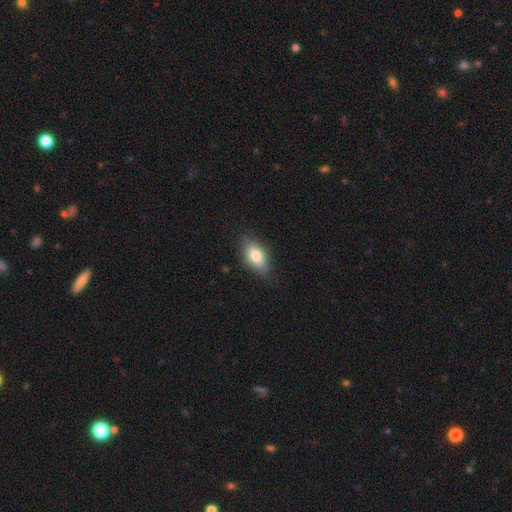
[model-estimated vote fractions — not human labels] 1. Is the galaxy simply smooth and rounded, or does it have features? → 74% smooth, 18% featured or disk, 8% star or artifact.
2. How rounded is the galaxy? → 84% in between, 10% cigar-shaped, 6% round.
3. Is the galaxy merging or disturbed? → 80% none, 15% minor disturbance, 3% major disturbance, 1% merger.